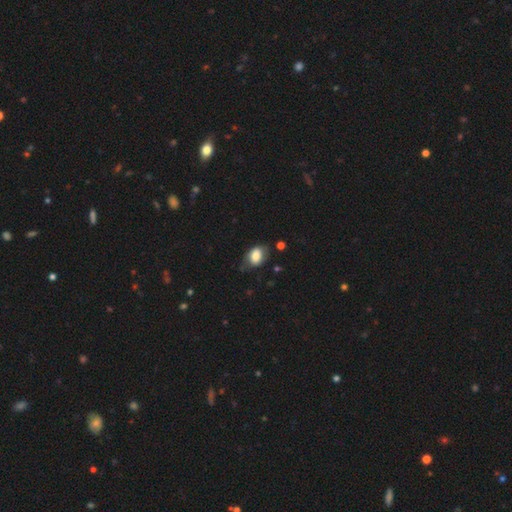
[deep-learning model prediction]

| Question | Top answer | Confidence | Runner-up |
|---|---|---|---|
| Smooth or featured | smooth | 77% | featured or disk (15%) |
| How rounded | in between | 79% | round (20%) |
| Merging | none | 62% | minor disturbance (27%) |